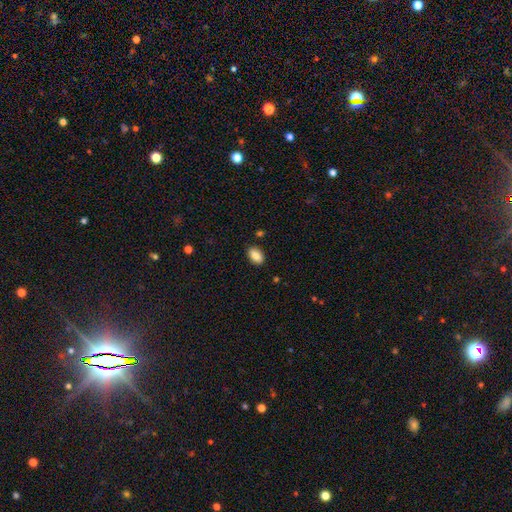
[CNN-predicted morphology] Q: Smooth or featured?
A: smooth (87%); runner-up: star or artifact (8%)
Q: How rounded?
A: in between (91%); runner-up: round (7%)
Q: Merging?
A: none (87%); runner-up: minor disturbance (9%)